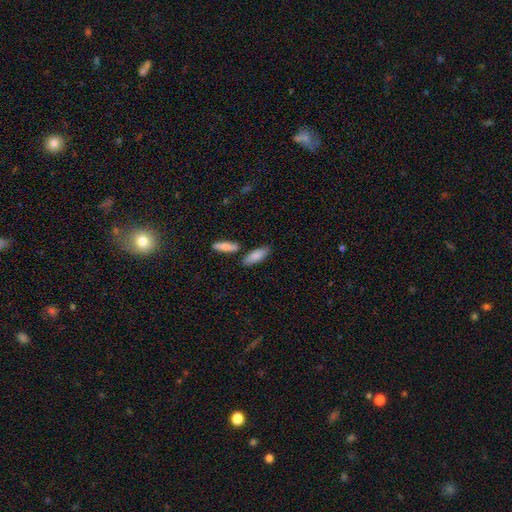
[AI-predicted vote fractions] A smooth galaxy with no disk features (82%) that is in between round and cigar-shaped (71%).

Vote fractions:
- Smooth or featured? smooth: 82% / featured or disk: 12% / star or artifact: 6%
- How rounded? in between: 71% / cigar-shaped: 26% / round: 2%
- Merging? none: 75% / minor disturbance: 12% / merger: 11% / major disturbance: 3%